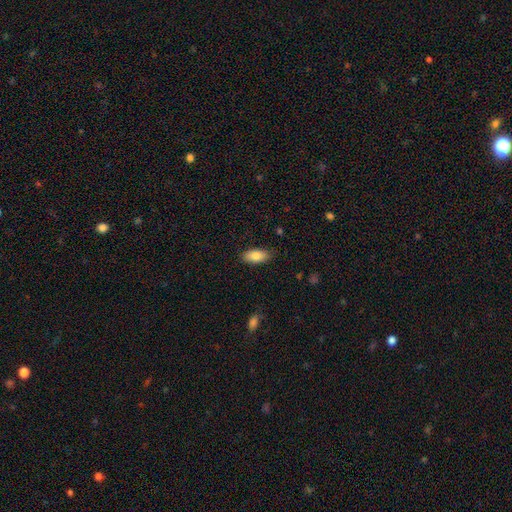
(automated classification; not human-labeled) A smooth galaxy with no disk features (85%) that is in between round and cigar-shaped (89%). Merging: none (85%).